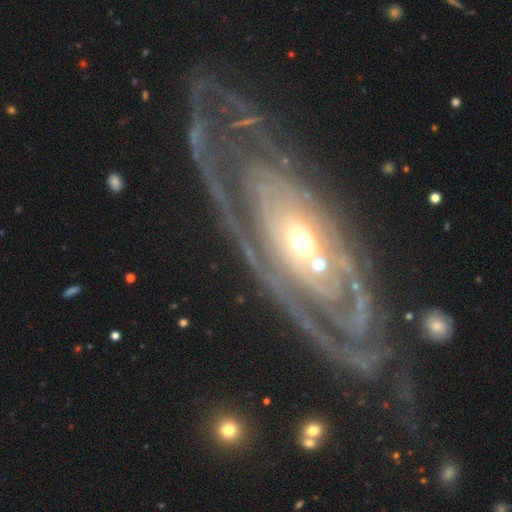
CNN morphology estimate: Q: Smooth or featured?
A: featured or disk (87%); runner-up: smooth (8%)
Q: Edge-on disk?
A: no (90%); runner-up: yes (10%)
Q: Bar?
A: no (76%); runner-up: weak (14%)
Q: Spiral arms?
A: yes (86%); runner-up: no (14%)
Q: Spiral winding?
A: tight (70%); runner-up: medium (21%)
Q: Spiral arm count?
A: can't tell (36%); runner-up: 2 (27%)
Q: Bulge size?
A: moderate (52%); runner-up: small (38%)
Q: Merging?
A: none (65%); runner-up: minor disturbance (18%)